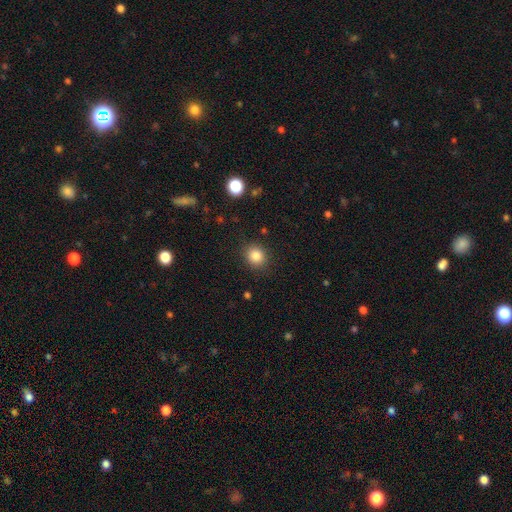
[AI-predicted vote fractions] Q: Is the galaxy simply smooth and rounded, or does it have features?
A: smooth — 84%.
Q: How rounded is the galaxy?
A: round — 81%.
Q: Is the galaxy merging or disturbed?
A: none — 89%.